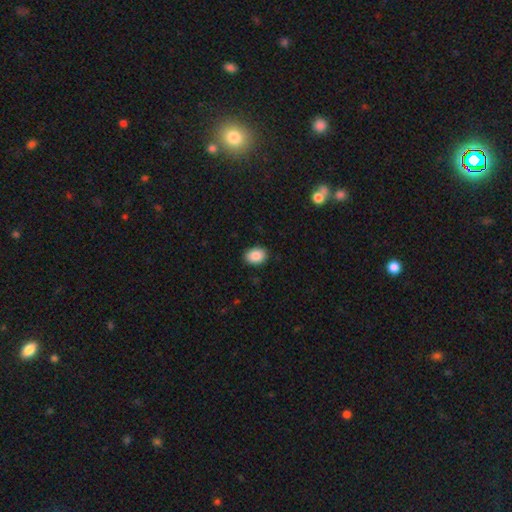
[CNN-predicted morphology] Smooth or featured?
  - smooth: 88% *
  - star or artifact: 7%
  - featured or disk: 5%
How rounded?
  - in between: 66% *
  - round: 33%
  - cigar-shaped: 1%
Merging?
  - none: 90% *
  - minor disturbance: 7%
  - major disturbance: 2%
  - merger: 1%